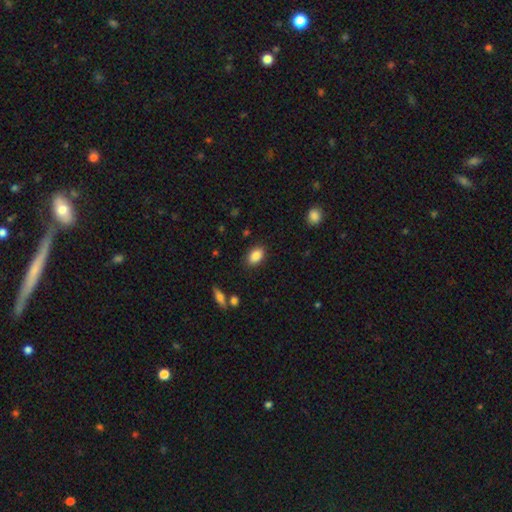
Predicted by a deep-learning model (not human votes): A smooth galaxy with no disk features (86%) that is in between round and cigar-shaped (86%). Merging: none (86%).